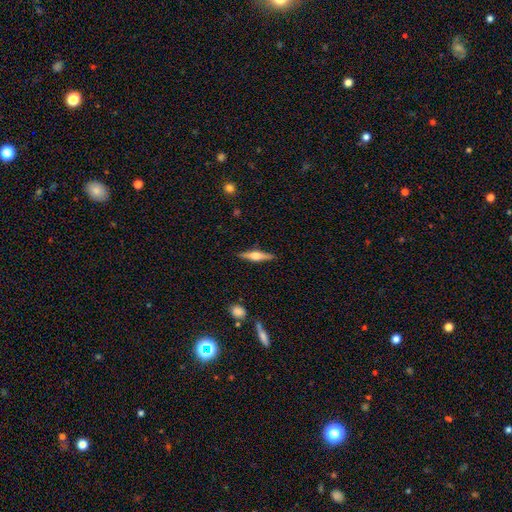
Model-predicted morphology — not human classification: type=featured or disk (68%); edge-on=yes (97%); edge-on bulge=rounded (87%); merging=none (90%).